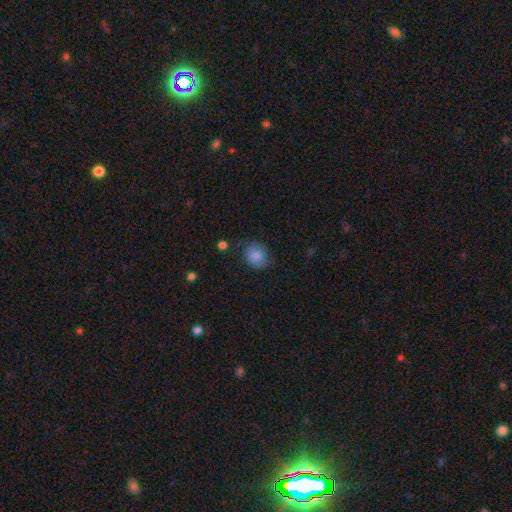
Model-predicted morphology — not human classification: type=smooth (81%); roundness=round (64%); merging=none (67%).